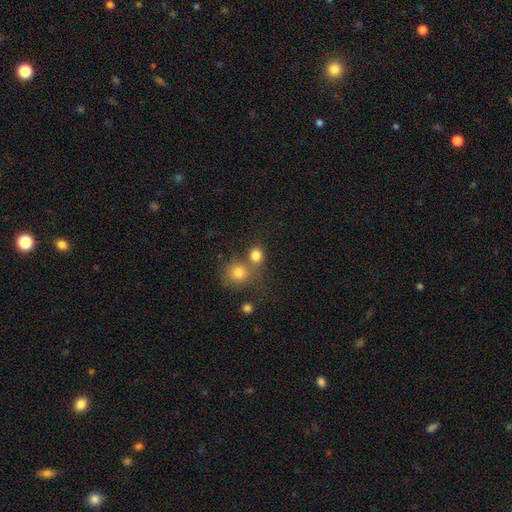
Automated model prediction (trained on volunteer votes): Smooth or featured?
  - smooth: 81% *
  - star or artifact: 13%
  - featured or disk: 7%
How rounded?
  - round: 80% *
  - in between: 19%
  - cigar-shaped: 1%
Merging?
  - none: 53% *
  - merger: 35%
  - minor disturbance: 8%
  - major disturbance: 4%